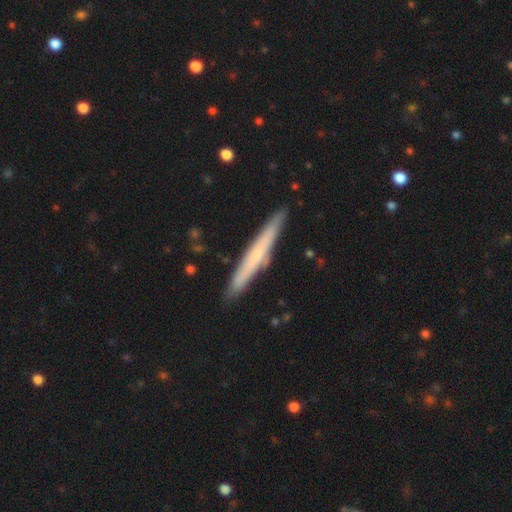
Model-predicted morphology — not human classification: smooth-or-featured: featured or disk: 48% | smooth: 45% | star or artifact: 6%
  merging: none: 89% | minor disturbance: 8% | merger: 1% | major disturbance: 1%